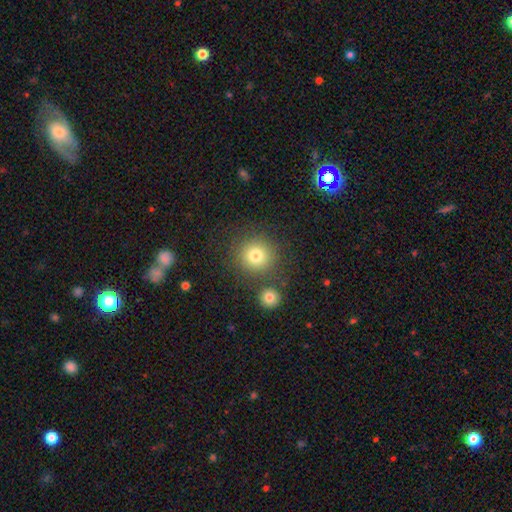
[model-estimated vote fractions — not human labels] This is likely a smooth galaxy (79%). How rounded: clearly round (92%). Merging: clearly none (80%).